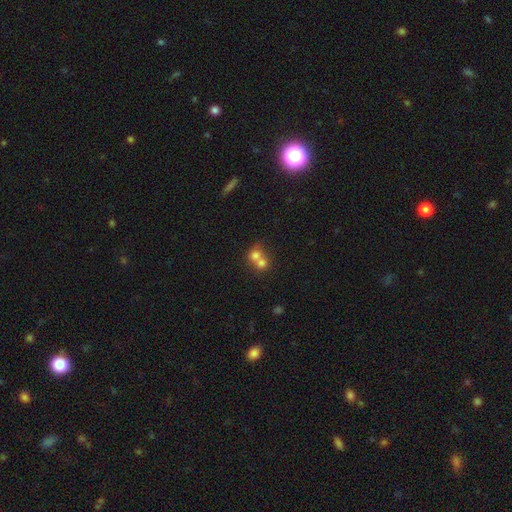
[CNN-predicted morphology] Smooth or featured? smooth (72%)
How rounded? round (76%)
Merging? merger (69%)